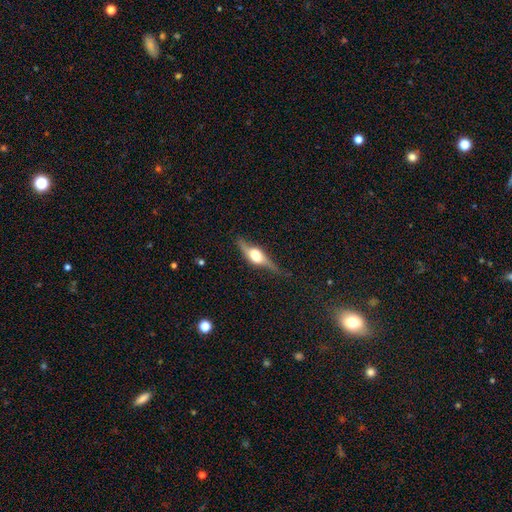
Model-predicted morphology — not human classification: type=featured or disk (72%); edge-on=yes (87%); edge-on bulge=rounded (91%); merging=none (69%).